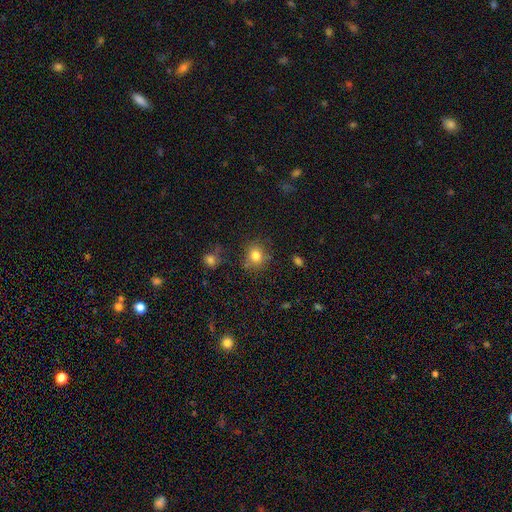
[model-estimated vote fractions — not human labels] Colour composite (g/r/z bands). It shows a smooth galaxy with no disk features (80%) that is round (75%). Merging: none (75%).